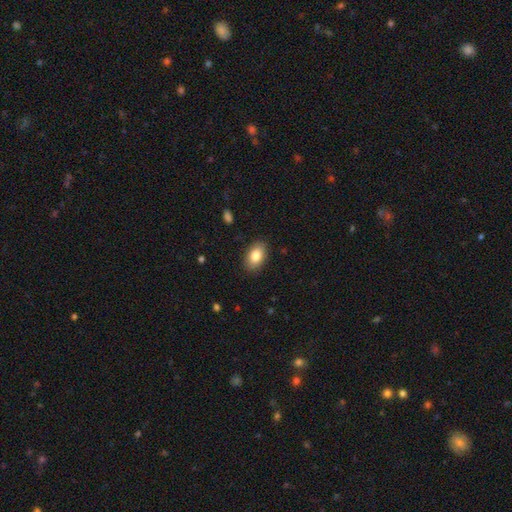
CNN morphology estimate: Overall: smooth (83%). How rounded: in between (89%). Merging: none (88%).